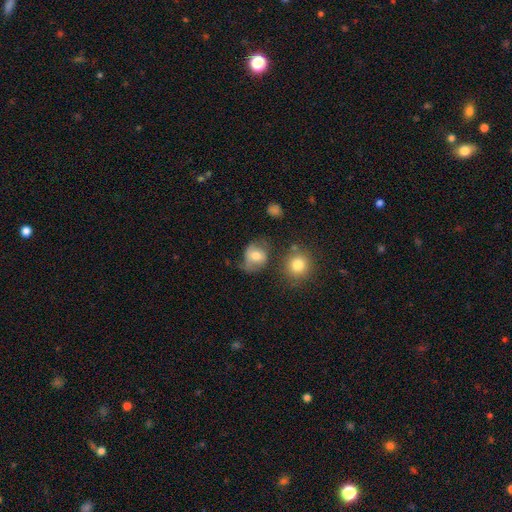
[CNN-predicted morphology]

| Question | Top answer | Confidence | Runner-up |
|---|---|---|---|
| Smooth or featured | smooth | 66% | featured or disk (24%) |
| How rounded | round | 58% | in between (41%) |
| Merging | none | 40% | minor disturbance (31%) |